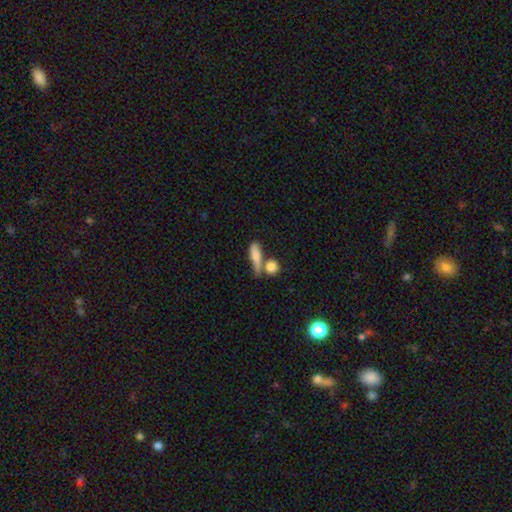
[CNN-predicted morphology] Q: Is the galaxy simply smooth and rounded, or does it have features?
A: smooth — 69%.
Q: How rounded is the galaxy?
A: cigar-shaped — 46%.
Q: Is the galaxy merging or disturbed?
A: none — 40%.